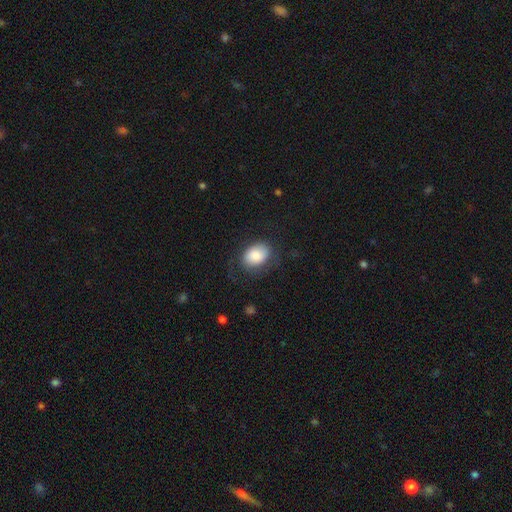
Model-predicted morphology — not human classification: Smooth or featured? Predicted: smooth (p=0.80). How rounded? Predicted: in between (p=0.73). Merging? Predicted: none (p=0.64).